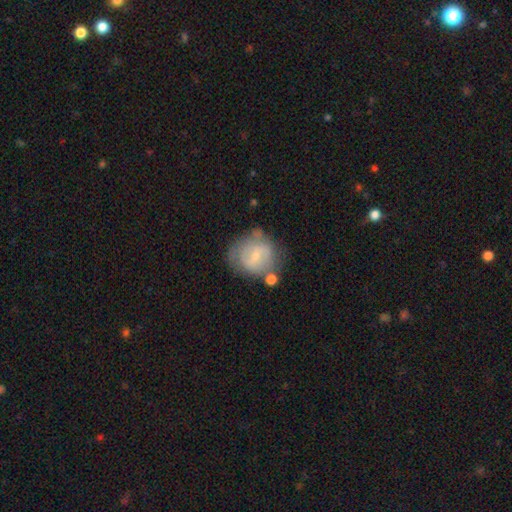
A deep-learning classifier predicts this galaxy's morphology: smooth_or_featured: featured or disk (p=0.51) [alt: smooth p=0.41]
disk_edge_on: no (p=0.97) [alt: yes p=0.03]
merging: none (p=0.53) [alt: minor disturbance p=0.24]